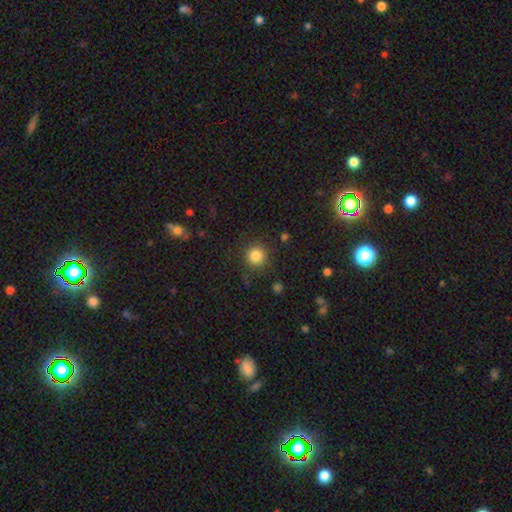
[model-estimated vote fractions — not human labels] smooth_or_featured: smooth (p=0.83) [alt: star or artifact p=0.12]
how_rounded: round (p=0.93) [alt: in between p=0.06]
merging: none (p=0.87) [alt: minor disturbance p=0.08]